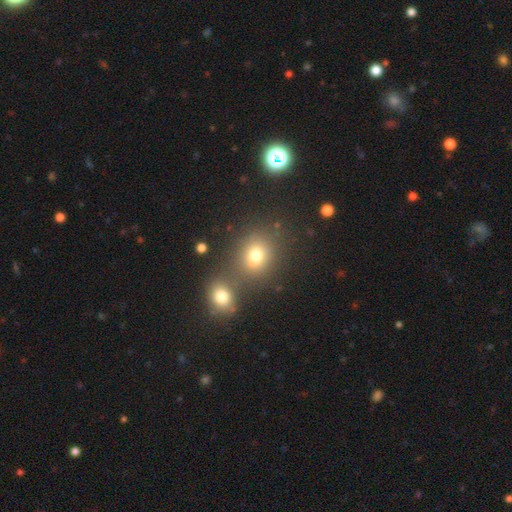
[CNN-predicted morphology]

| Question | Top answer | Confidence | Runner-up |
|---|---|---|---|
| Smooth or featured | smooth | 71% | star or artifact (19%) |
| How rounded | round | 70% | in between (29%) |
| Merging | none | 62% | merger (25%) |